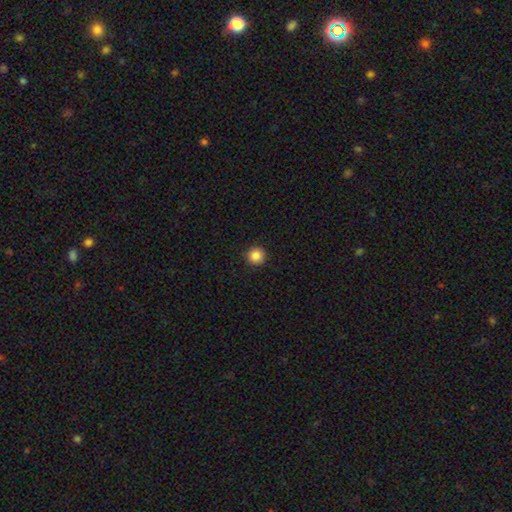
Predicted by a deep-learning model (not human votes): A smooth galaxy with no disk features (87%) that is round (96%). Merging: none (92%).